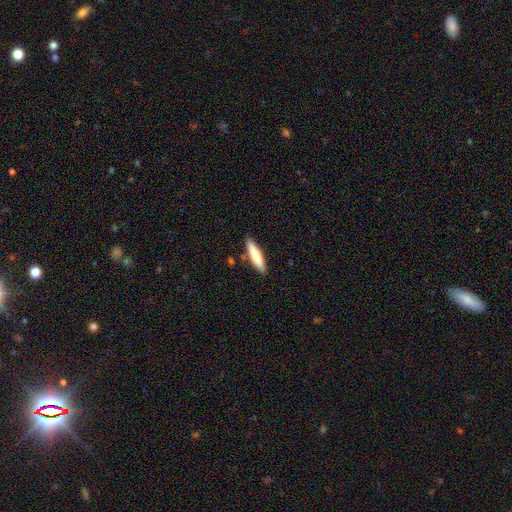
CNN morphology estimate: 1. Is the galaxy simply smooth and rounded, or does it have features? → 70% smooth, 24% featured or disk, 6% star or artifact.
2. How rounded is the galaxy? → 81% cigar-shaped, 18% in between, 1% round.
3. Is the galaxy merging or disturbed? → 85% none, 10% minor disturbance, 3% merger, 2% major disturbance.